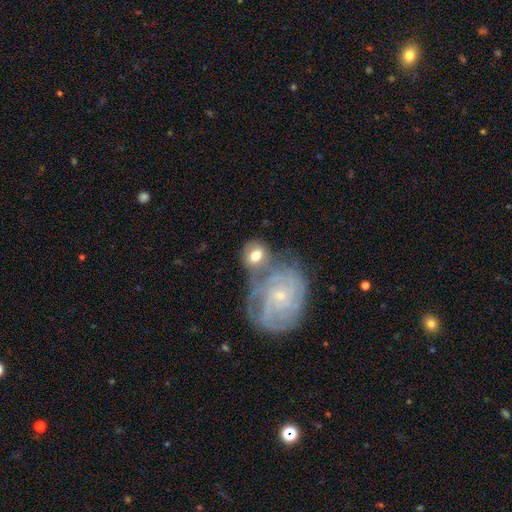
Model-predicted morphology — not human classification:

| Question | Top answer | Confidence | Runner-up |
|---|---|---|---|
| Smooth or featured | featured or disk | 54% | smooth (39%) |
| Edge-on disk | no | 96% | yes (4%) |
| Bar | no | 64% | weak (27%) |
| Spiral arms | yes | 86% | no (14%) |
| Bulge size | small | 56% | moderate (35%) |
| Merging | none | 44% | merger (34%) |